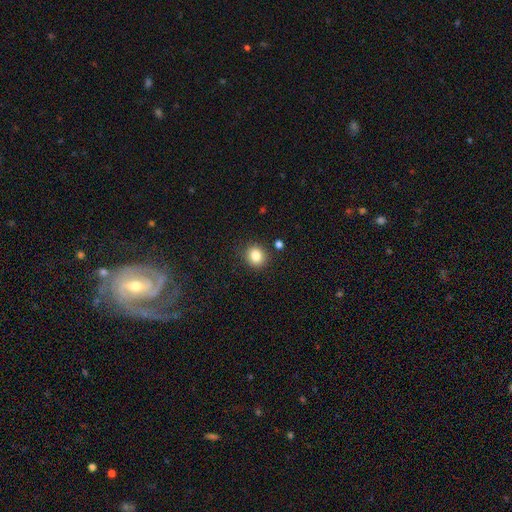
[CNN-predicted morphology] smooth 84%, star or artifact 10%, featured or disk 6%. Down the decision tree: how rounded — round (78%); merging — none (85%).